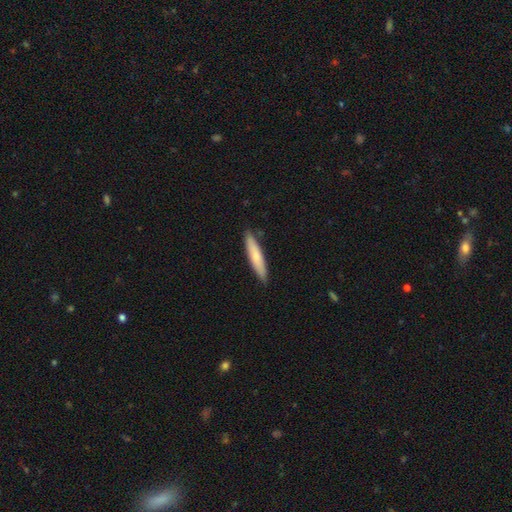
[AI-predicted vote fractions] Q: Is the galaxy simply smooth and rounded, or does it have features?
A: smooth — 69%.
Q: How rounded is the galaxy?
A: cigar-shaped — 87%.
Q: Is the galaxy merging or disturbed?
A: none — 88%.